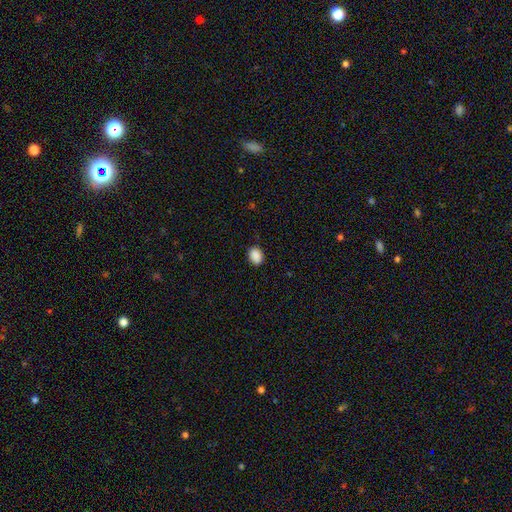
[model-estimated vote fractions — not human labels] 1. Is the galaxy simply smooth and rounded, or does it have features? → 90% smooth, 8% star or artifact, 2% featured or disk.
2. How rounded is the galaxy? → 71% in between, 28% round, 1% cigar-shaped.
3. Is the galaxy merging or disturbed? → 85% none, 11% minor disturbance, 2% major disturbance, 1% merger.